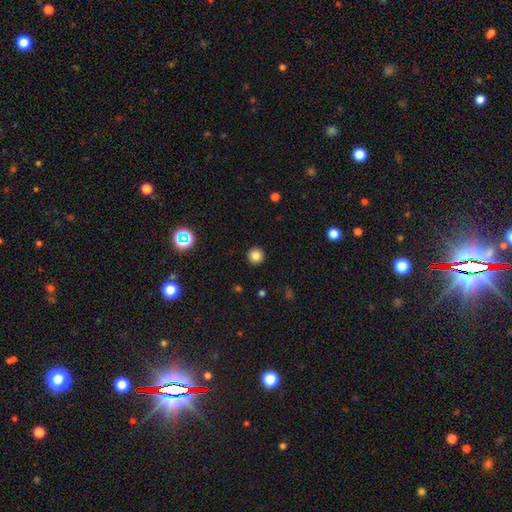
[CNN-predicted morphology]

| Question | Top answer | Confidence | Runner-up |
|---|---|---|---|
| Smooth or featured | smooth | 83% | star or artifact (12%) |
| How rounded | round | 96% | in between (3%) |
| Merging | none | 93% | minor disturbance (4%) |